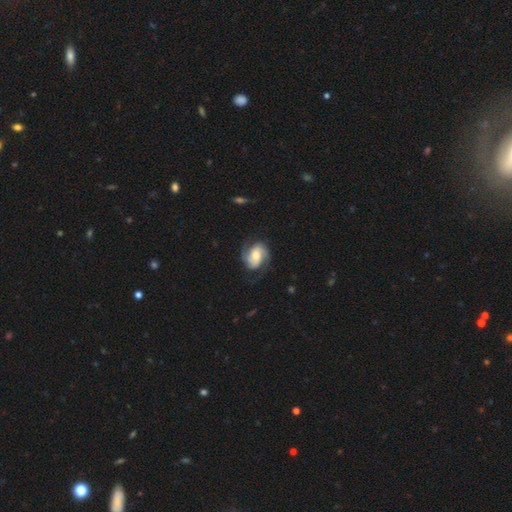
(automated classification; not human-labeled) smooth-or-featured: featured or disk: 78% | smooth: 16% | star or artifact: 6%
  disk-edge-on: no: 98% | yes: 2%
    bar: no: 49% | weak: 37% | strong: 14%
    has-spiral-arms: yes: 95% | no: 5%
      spiral-winding: medium: 46% | tight: 33% | loose: 20%
      spiral-arm-count: 2: 78% | 3: 9% | can't tell: 7% | 1: 3% | 4: 2% | more than 4: 2%
    bulge-size: moderate: 56% | large: 20% | small: 18% | none: 4% | dominant: 2%
  merging: none: 71% | minor disturbance: 18% | major disturbance: 10% | merger: 1%